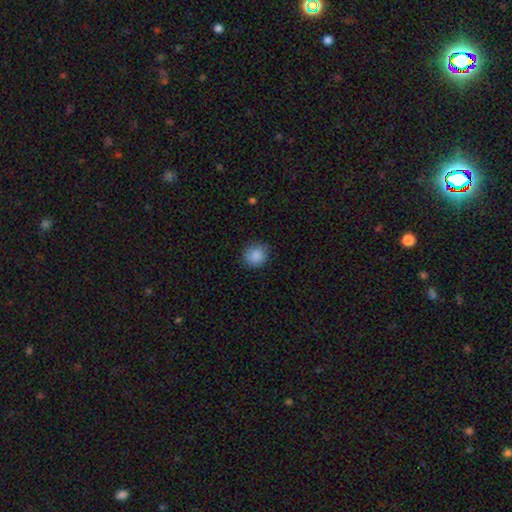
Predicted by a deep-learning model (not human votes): The model was most divided on "merging": none: 85%, minor disturbance: 12%, major disturbance: 3%, merger: 1%. More confident: how rounded — round (89%); smooth or featured — smooth (88%).